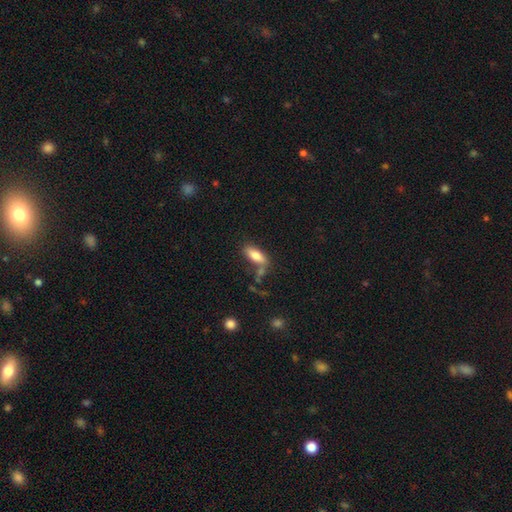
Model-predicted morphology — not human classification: smooth 77%, featured or disk 15%, star or artifact 8%. Down the decision tree: how rounded — in between (74%); merging — none (62%).